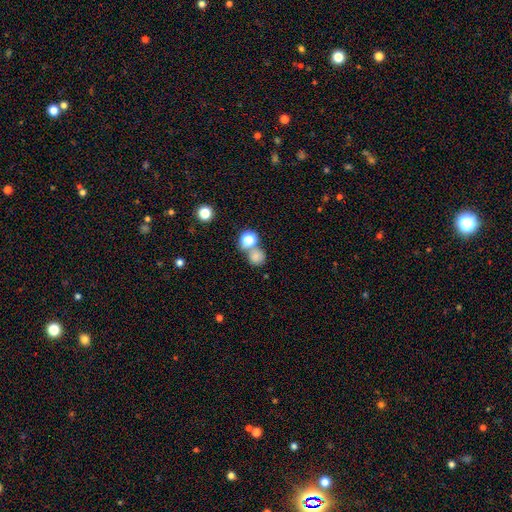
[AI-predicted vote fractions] A smooth galaxy with no disk features (76%) that is round (84%). Merging: none (51%).